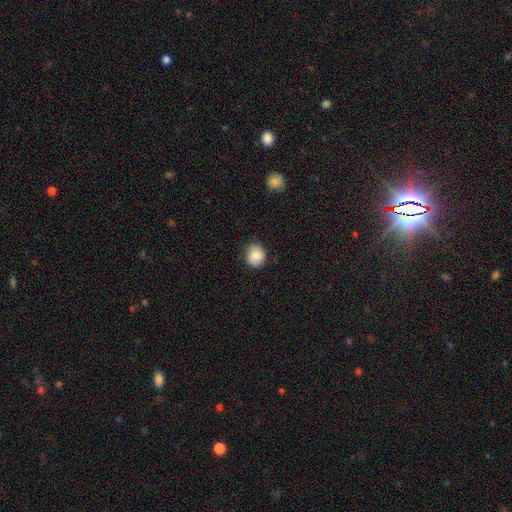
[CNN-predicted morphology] Q: Smooth or featured?
A: smooth (85%); runner-up: star or artifact (8%)
Q: How rounded?
A: round (82%); runner-up: in between (17%)
Q: Merging?
A: none (78%); runner-up: minor disturbance (18%)